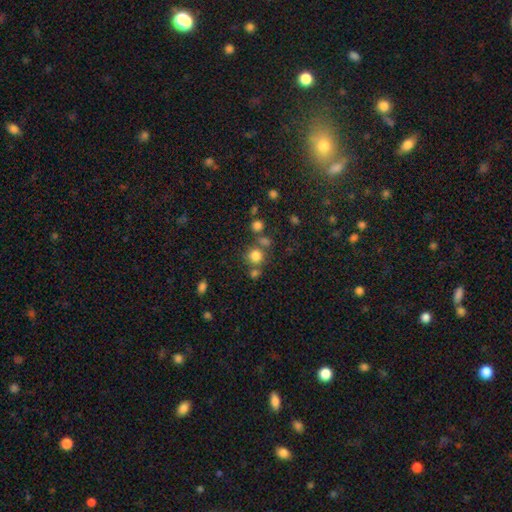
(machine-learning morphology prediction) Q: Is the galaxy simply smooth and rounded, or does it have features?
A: smooth — 78%.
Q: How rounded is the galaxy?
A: round — 90%.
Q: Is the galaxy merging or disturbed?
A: none — 68%.